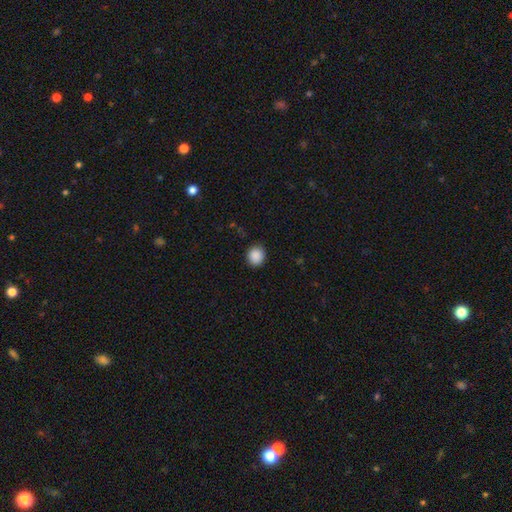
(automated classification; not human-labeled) This appears to be a smooth galaxy with no disk features (89%) that is round (81%). Merging: none (90%).